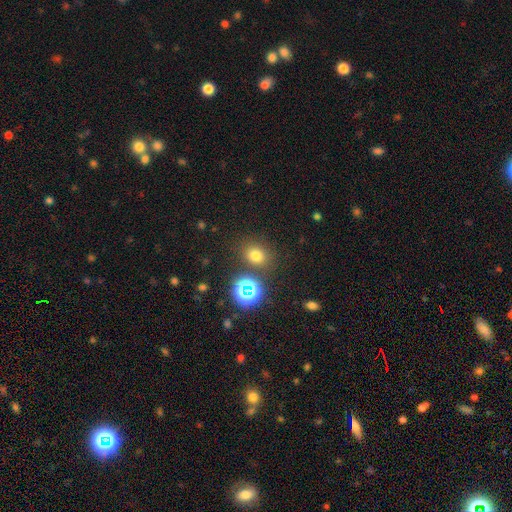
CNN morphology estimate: Q: Smooth or featured?
A: smooth (70%); runner-up: star or artifact (23%)
Q: How rounded?
A: round (66%); runner-up: in between (33%)
Q: Merging?
A: none (81%); runner-up: minor disturbance (9%)